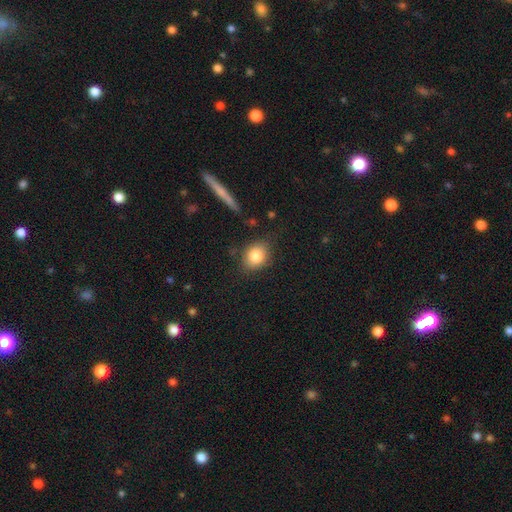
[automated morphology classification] smooth-or-featured: smooth: 82% | star or artifact: 9% | featured or disk: 9%
  how-rounded: round: 51% | in between: 48% | cigar-shaped: 1%
  merging: none: 77% | minor disturbance: 16% | major disturbance: 4% | merger: 2%